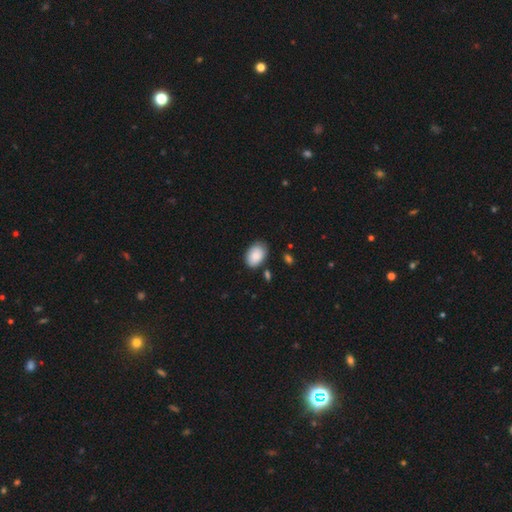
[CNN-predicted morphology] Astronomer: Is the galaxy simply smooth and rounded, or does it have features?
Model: smooth — 88%.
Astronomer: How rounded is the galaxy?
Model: in between — 86%.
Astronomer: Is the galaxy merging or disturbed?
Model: none — 78%.